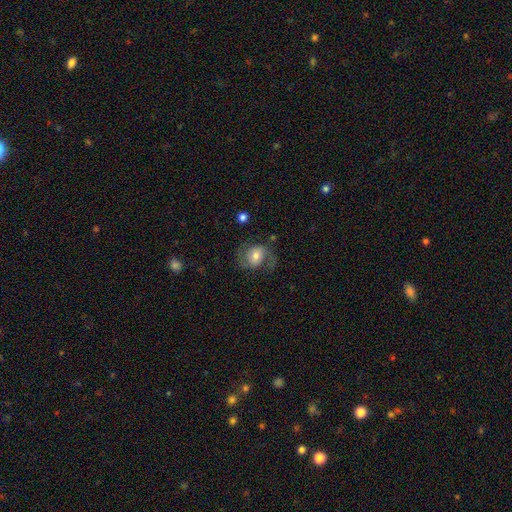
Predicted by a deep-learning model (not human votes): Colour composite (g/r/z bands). It shows a featured or disk galaxy (55%) with no bar (59%), spiral arms (84%) and a moderate central bulge (58%). Merging: none (62%).